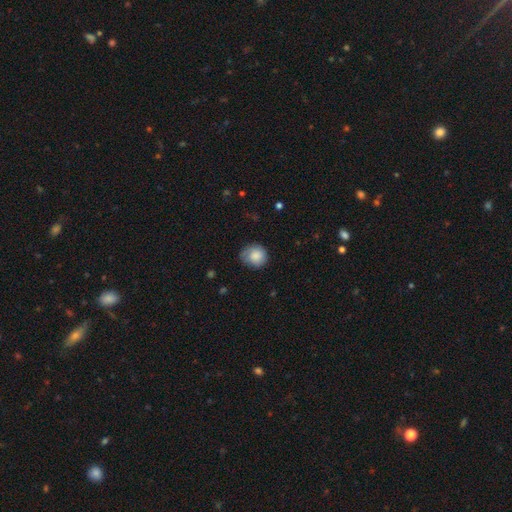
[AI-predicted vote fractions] This appears to be a smooth galaxy with no disk features (82%) that is round (81%). Merging: none (64%).